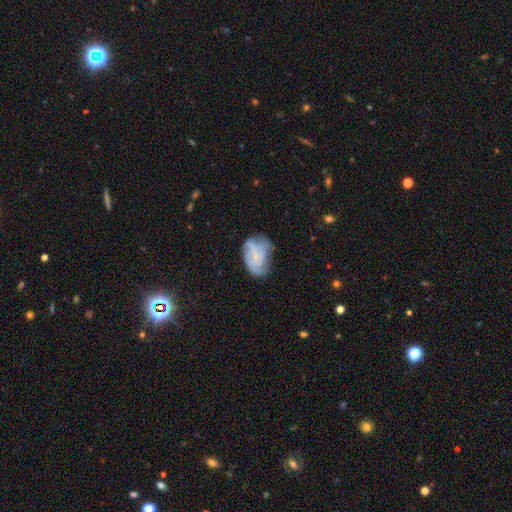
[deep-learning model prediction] Q: Smooth or featured?
A: featured or disk (62%); runner-up: smooth (29%)
Q: Edge-on disk?
A: no (98%); runner-up: yes (2%)
Q: Bar?
A: no (75%); runner-up: weak (22%)
Q: Spiral arms?
A: yes (80%); runner-up: no (20%)
Q: Bulge size?
A: small (66%); runner-up: none (19%)
Q: Merging?
A: none (48%); runner-up: minor disturbance (30%)